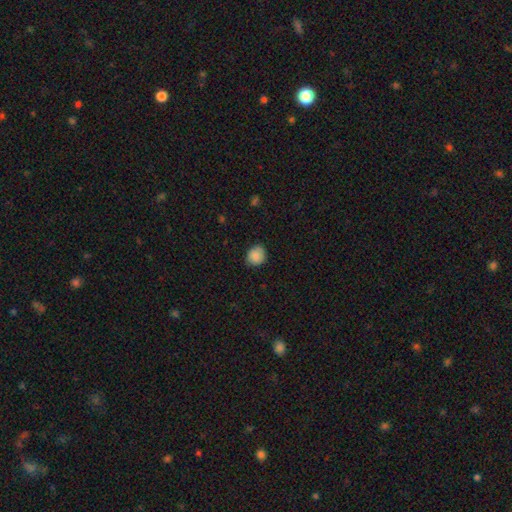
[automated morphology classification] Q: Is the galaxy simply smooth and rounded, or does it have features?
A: smooth — 87%.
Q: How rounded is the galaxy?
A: round — 72%.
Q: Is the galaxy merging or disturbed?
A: none — 79%.